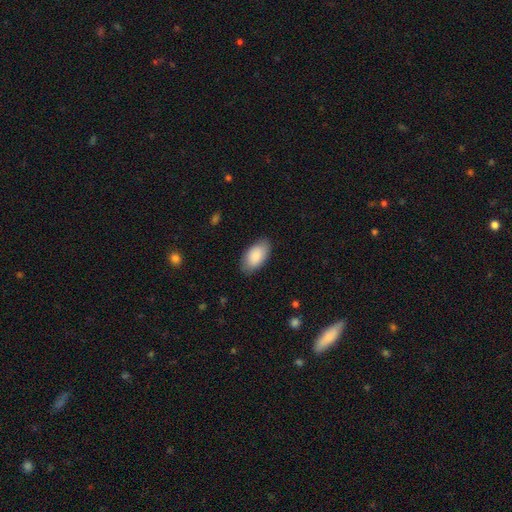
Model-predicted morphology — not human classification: This is clearly a smooth galaxy (88%). How rounded: clearly in between (95%). Merging: clearly none (84%).